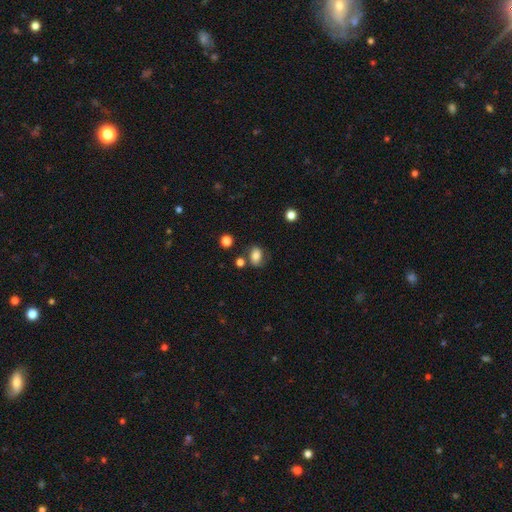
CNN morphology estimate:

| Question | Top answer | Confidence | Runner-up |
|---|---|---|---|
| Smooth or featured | smooth | 79% | star or artifact (11%) |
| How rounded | in between | 73% | round (25%) |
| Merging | none | 66% | minor disturbance (20%) |